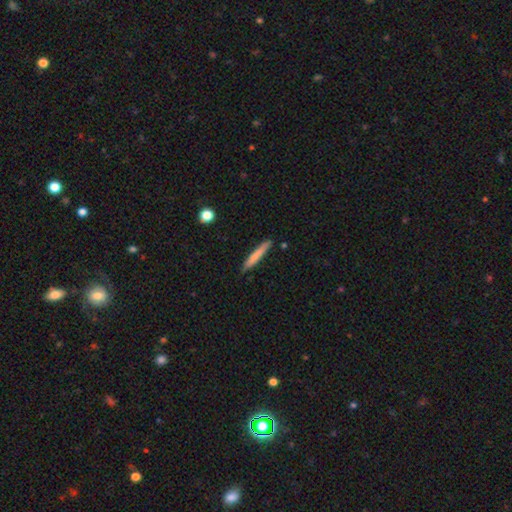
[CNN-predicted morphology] Overall: smooth (72%). How rounded: cigar-shaped (95%). Merging: none (85%).